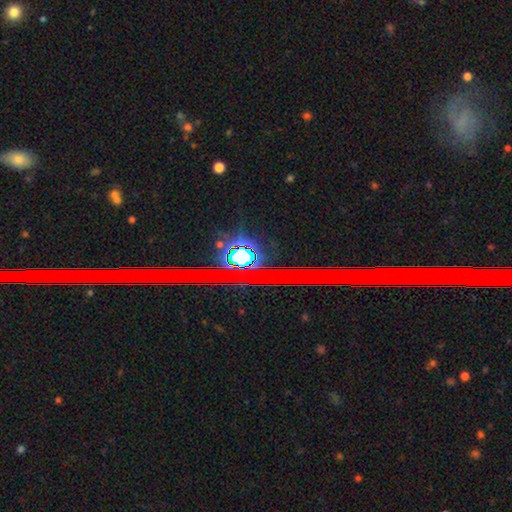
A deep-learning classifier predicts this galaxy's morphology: A star or artifact, not a galaxy (77%).

Vote fractions:
- Smooth or featured? star or artifact: 77% / featured or disk: 14% / smooth: 9%